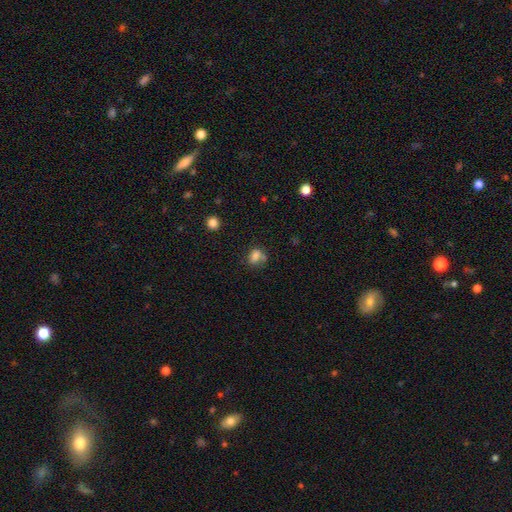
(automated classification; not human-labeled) The model was most divided on "how rounded": in between: 61%, round: 37%, cigar-shaped: 2%. Remaining: smooth or featured — smooth (76%); merging — none (47%).